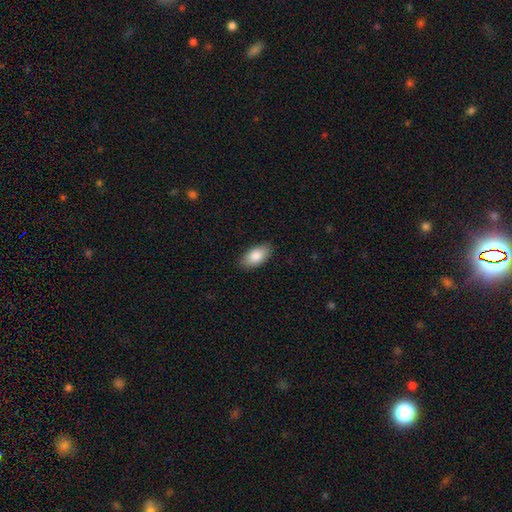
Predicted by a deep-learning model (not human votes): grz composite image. It shows a smooth galaxy with no disk features (85%) that is in between round and cigar-shaped (94%). Merging: none (87%).